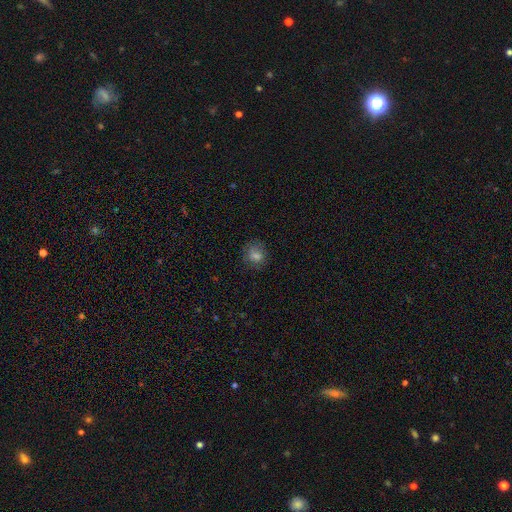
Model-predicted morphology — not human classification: smooth_or_featured: smooth (p=0.68) [alt: star or artifact p=0.19]
how_rounded: round (p=0.74) [alt: in between p=0.25]
merging: none (p=0.76) [alt: minor disturbance p=0.16]